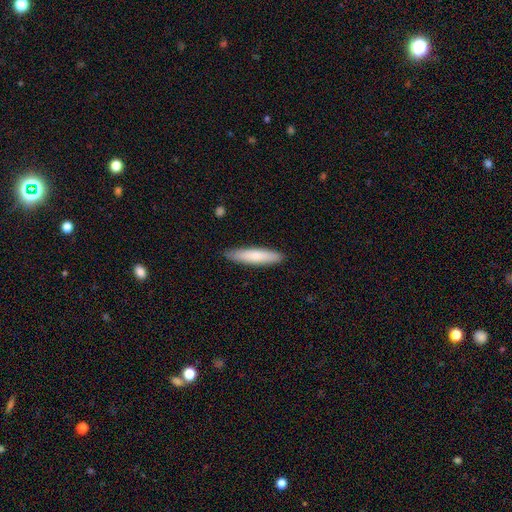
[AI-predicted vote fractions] Smooth or featured: smooth — 75% (featured or disk — 19%)
How rounded: cigar-shaped — 84% (in between — 15%)
Merging: none — 89% (minor disturbance — 9%)